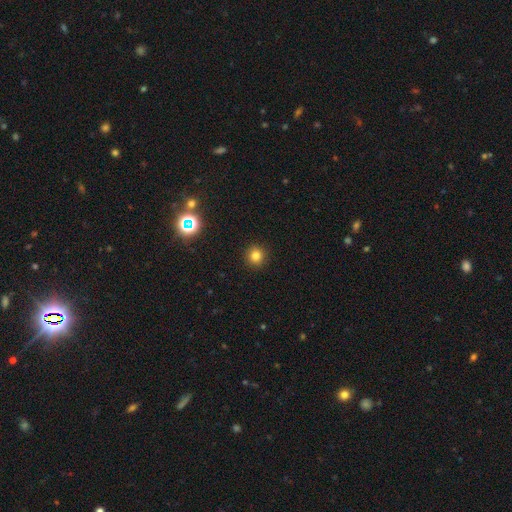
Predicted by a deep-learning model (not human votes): This is likely a smooth galaxy (79%). How rounded: clearly round (93%). Merging: clearly none (92%).